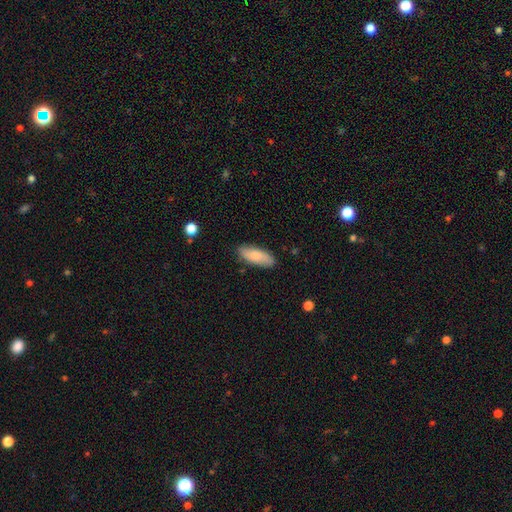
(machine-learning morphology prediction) smooth-or-featured: smooth: 79% | featured or disk: 15% | star or artifact: 6%
  how-rounded: in between: 74% | cigar-shaped: 24% | round: 2%
  merging: none: 85% | minor disturbance: 11% | major disturbance: 2% | merger: 1%